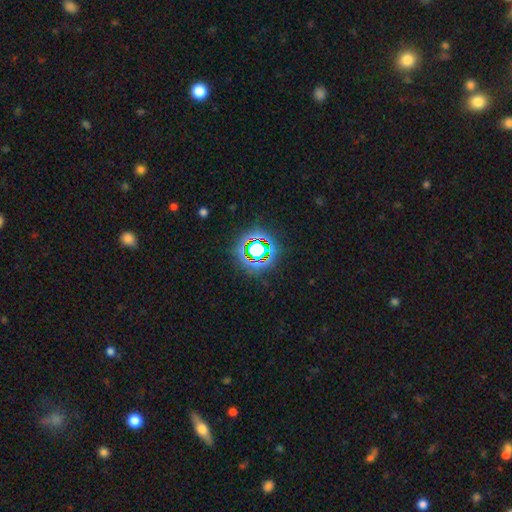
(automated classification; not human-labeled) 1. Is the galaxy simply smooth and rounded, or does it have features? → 77% star or artifact, 14% smooth, 9% featured or disk.